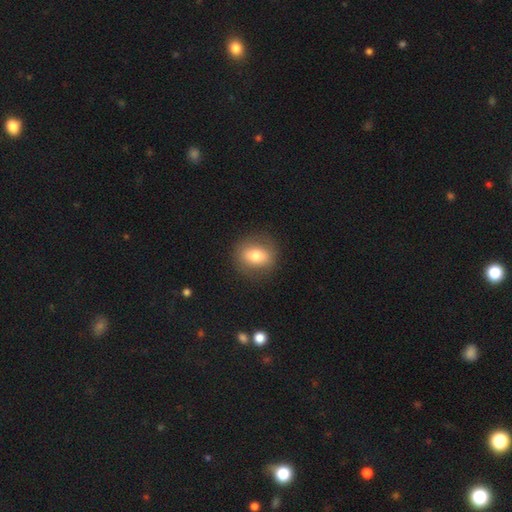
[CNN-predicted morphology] The model was most divided on "how rounded": round: 50%, in between: 47%, cigar-shaped: 2%. More confident: merging — none (86%); smooth or featured — smooth (70%).